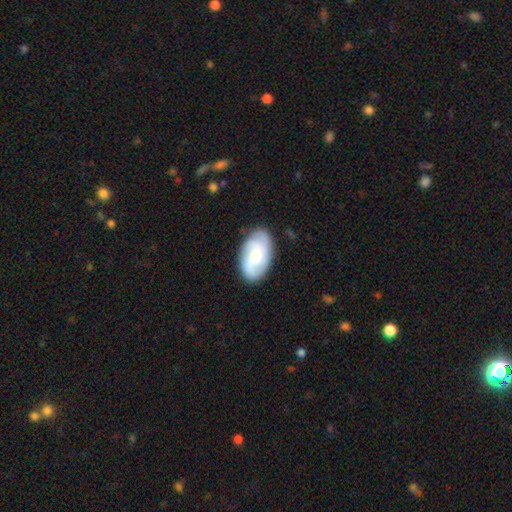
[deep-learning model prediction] Smooth or featured? featured or disk (57%)
Edge-on disk? no (96%)
Bar? no (65%)
Spiral arms? yes (90%)
Bulge size? moderate (50%)
Merging? none (82%)